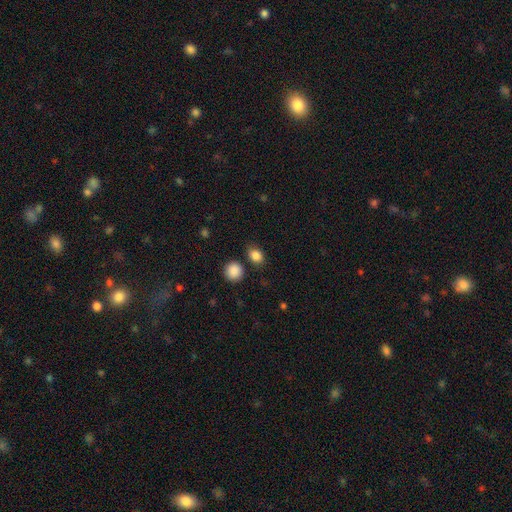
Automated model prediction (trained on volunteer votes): The model was most divided on "how rounded": in between: 53%, round: 46%, cigar-shaped: 1%. More confident: smooth or featured — smooth (85%); merging — none (77%).